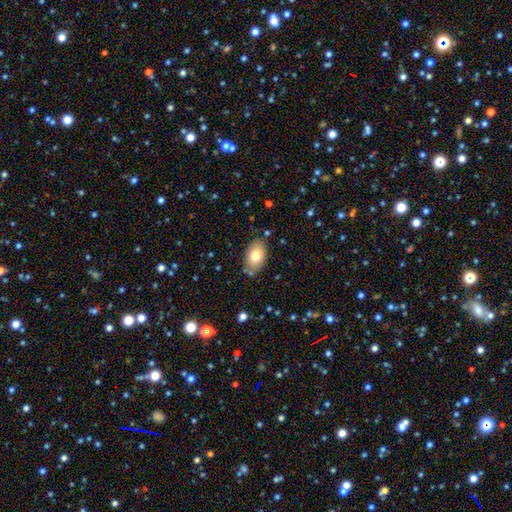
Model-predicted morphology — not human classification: The model was most divided on "smooth or featured": smooth: 77%, featured or disk: 16%, star or artifact: 7%. More confident: how rounded — in between (92%); merging — none (80%).